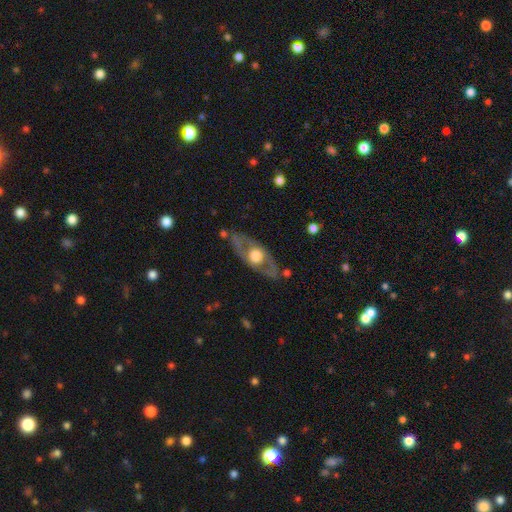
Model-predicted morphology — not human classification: Smooth or featured: featured or disk — 66% (smooth — 29%)
Edge-on disk: no — 63% (yes — 37%)
Merging: none — 77% (minor disturbance — 14%)